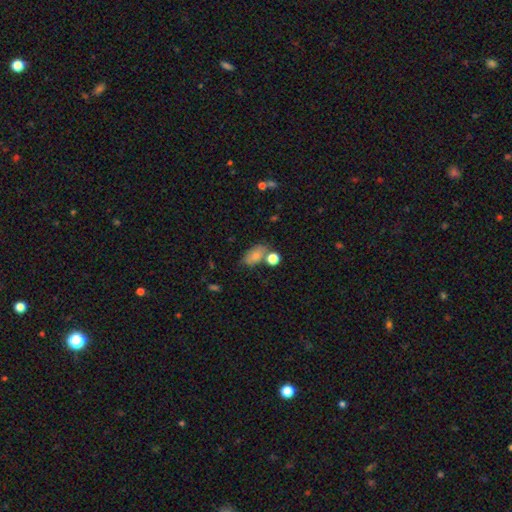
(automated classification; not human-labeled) This appears to be a smooth galaxy with no disk features (77%) that is in between round and cigar-shaped (85%). Merging: none (54%).